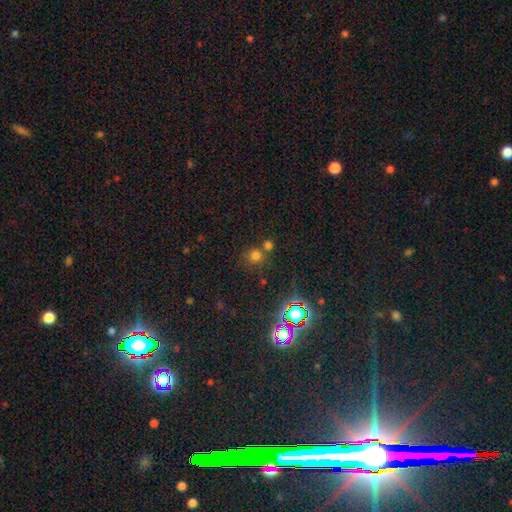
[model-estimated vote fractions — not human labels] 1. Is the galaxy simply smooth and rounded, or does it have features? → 67% smooth, 26% star or artifact, 7% featured or disk.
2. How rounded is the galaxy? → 89% round, 10% in between, 1% cigar-shaped.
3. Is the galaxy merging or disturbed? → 62% none, 25% merger, 9% minor disturbance, 4% major disturbance.